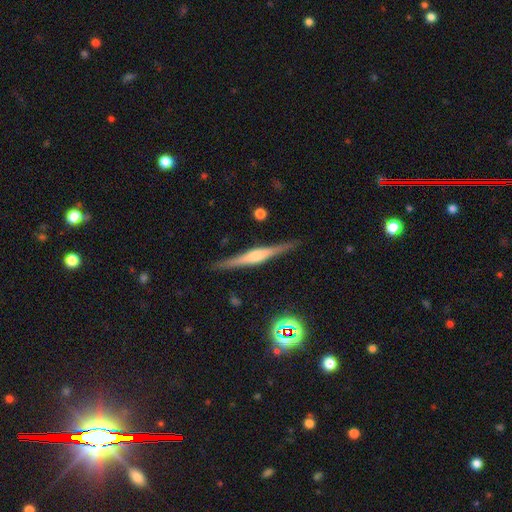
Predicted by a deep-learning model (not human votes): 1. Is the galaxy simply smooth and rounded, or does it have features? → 76% featured or disk, 17% smooth, 7% star or artifact.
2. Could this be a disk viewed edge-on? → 98% yes, 2% no.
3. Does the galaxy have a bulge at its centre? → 72% rounded, 21% boxy, 7% none.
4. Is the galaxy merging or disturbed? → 89% none, 8% minor disturbance, 2% major disturbance, 1% merger.